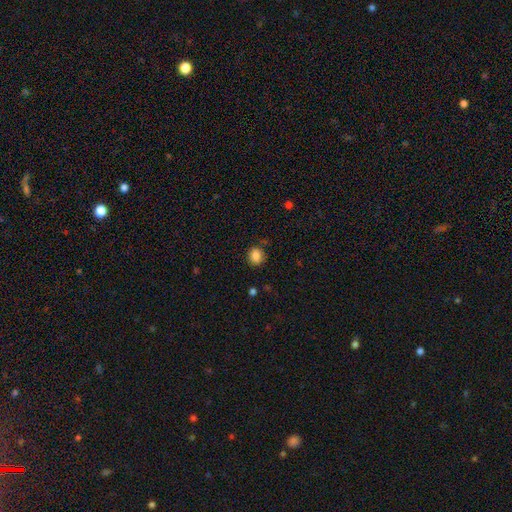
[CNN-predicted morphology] smooth 85%, star or artifact 10%, featured or disk 5%. Down the decision tree: how rounded — round (69%); merging — none (81%).